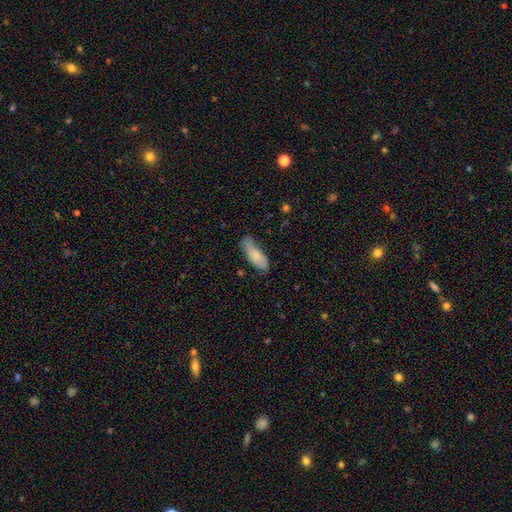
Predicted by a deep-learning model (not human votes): Morphology: type=smooth (68%); roundness=in between (70%); merging=none (51%).